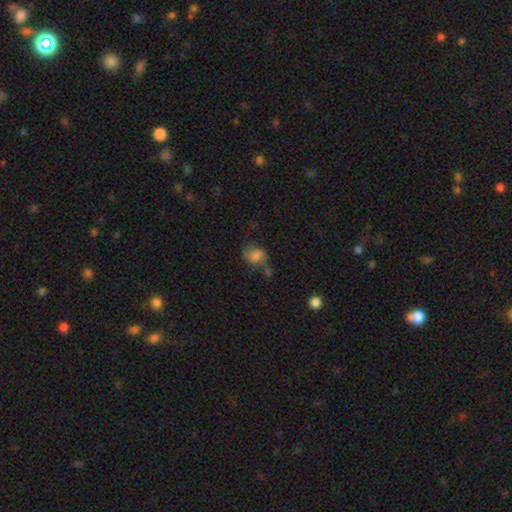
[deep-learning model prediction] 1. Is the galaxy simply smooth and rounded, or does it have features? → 59% smooth, 29% featured or disk, 12% star or artifact.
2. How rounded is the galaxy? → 59% in between, 39% round, 2% cigar-shaped.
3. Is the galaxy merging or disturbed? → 40% none, 25% minor disturbance, 19% major disturbance, 17% merger.